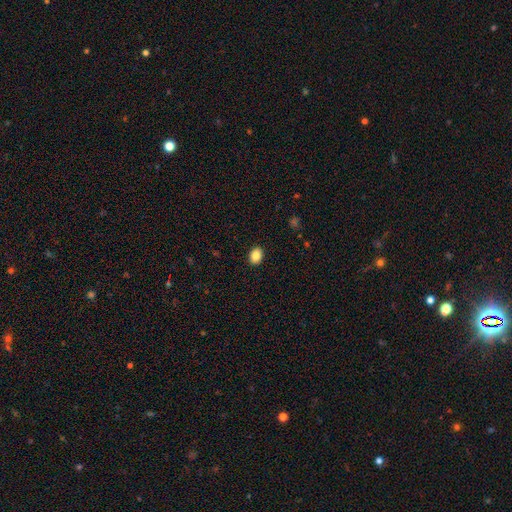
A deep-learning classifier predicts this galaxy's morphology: smooth-or-featured: smooth: 86% | star or artifact: 9% | featured or disk: 5%
  how-rounded: in between: 71% | round: 28% | cigar-shaped: 1%
  merging: none: 91% | minor disturbance: 7% | major disturbance: 2% | merger: 1%